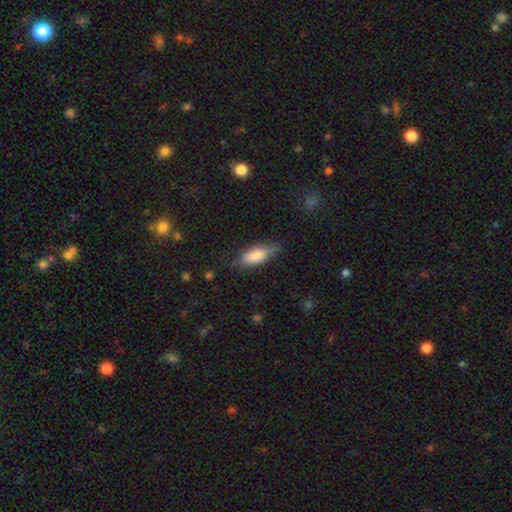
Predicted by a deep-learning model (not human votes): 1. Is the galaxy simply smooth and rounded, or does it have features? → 82% smooth, 12% featured or disk, 6% star or artifact.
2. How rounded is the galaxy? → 81% in between, 17% cigar-shaped, 2% round.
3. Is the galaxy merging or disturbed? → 66% none, 26% minor disturbance, 6% major disturbance, 2% merger.